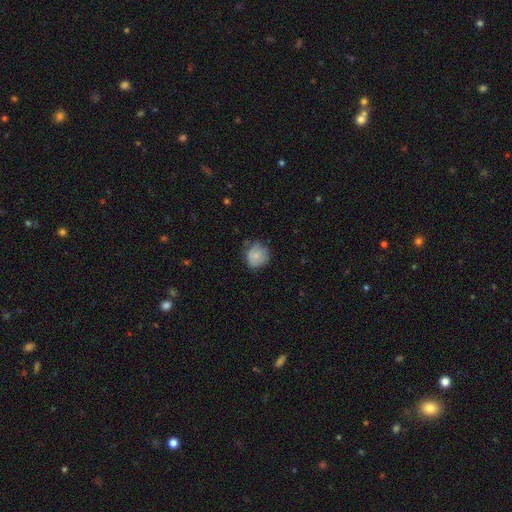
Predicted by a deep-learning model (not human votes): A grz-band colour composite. It shows a smooth galaxy with no disk features (79%) that is round (88%). Merging: none (67%).